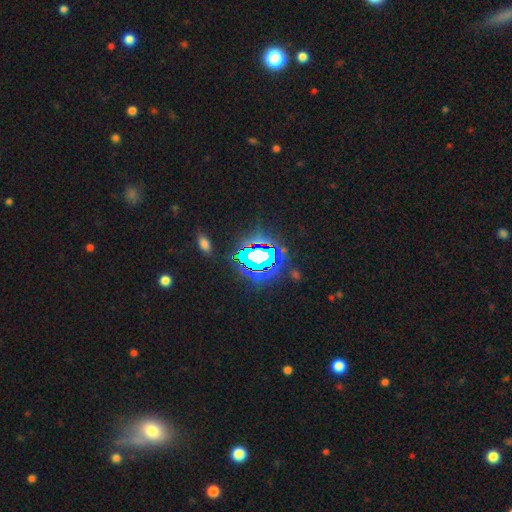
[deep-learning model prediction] Smooth or featured?
  - star or artifact: 66% *
  - smooth: 19%
  - featured or disk: 15%